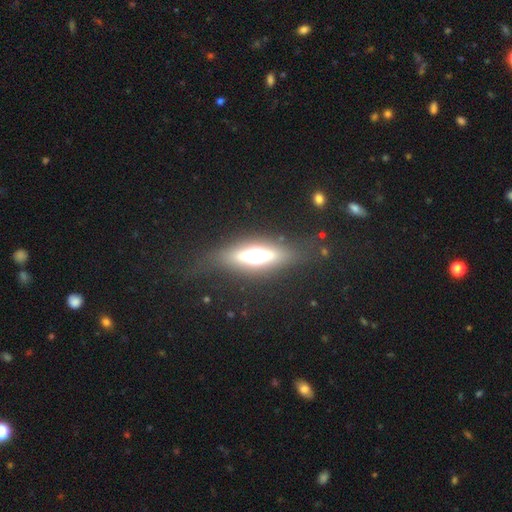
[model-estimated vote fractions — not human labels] Smooth or featured: featured or disk — 62% (smooth — 26%)
Edge-on disk: yes — 87% (no — 13%)
Edge-on bulge: rounded — 80% (boxy — 16%)
Merging: none — 77% (minor disturbance — 13%)